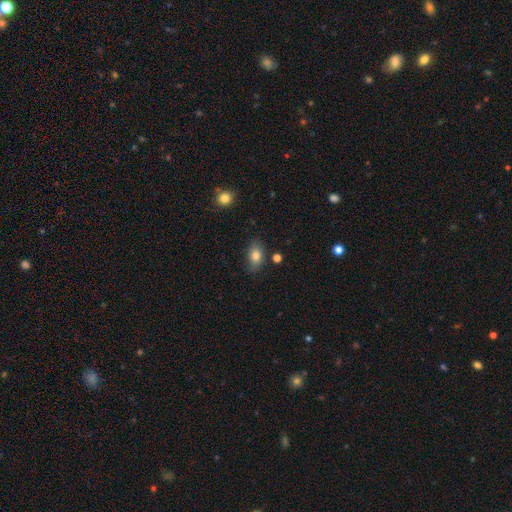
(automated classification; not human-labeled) Overall: smooth (80%). How rounded: in between (85%). Merging: none (78%).